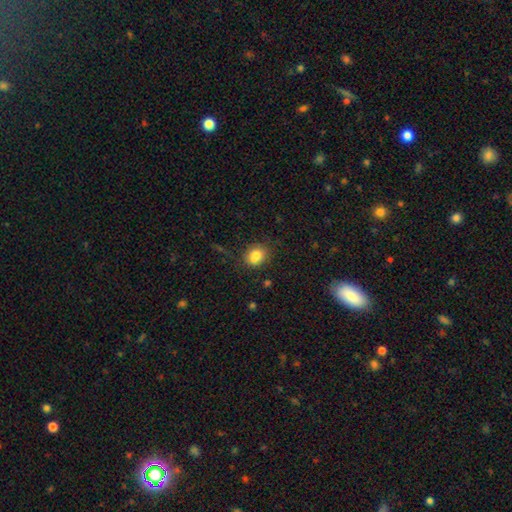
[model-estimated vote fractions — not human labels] Q: Smooth or featured?
A: smooth (83%); runner-up: star or artifact (10%)
Q: How rounded?
A: round (54%); runner-up: in between (45%)
Q: Merging?
A: none (75%); runner-up: minor disturbance (16%)